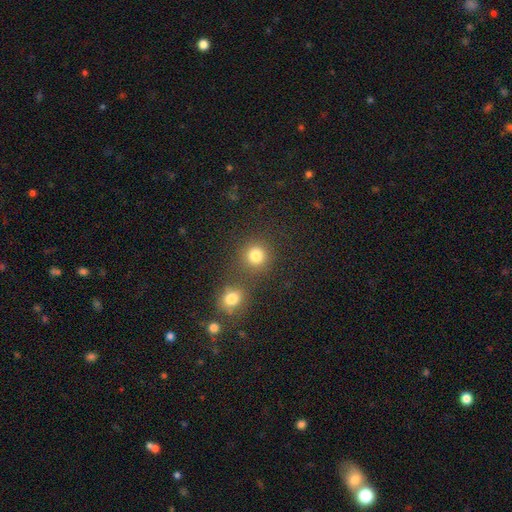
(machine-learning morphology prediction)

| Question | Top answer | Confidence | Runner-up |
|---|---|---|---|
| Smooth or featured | smooth | 81% | star or artifact (14%) |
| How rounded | round | 89% | in between (10%) |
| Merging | none | 69% | merger (21%) |